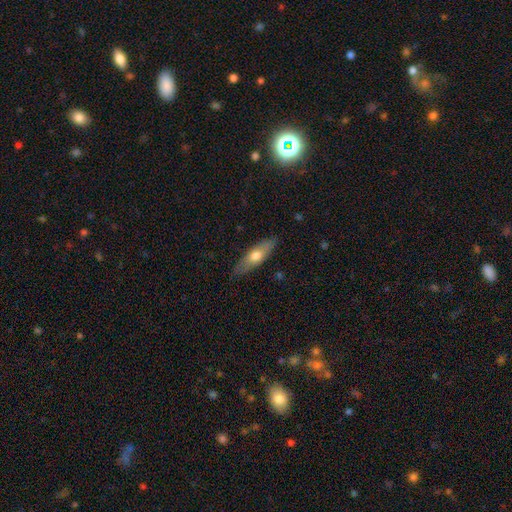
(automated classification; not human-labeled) A smooth galaxy with no disk features (57%) that is cigar-shaped (51%).

Vote fractions:
- Smooth or featured? smooth: 57% / featured or disk: 37% / star or artifact: 6%
- How rounded? cigar-shaped: 51% / in between: 46% / round: 3%
- Merging? none: 84% / minor disturbance: 12% / major disturbance: 2% / merger: 1%